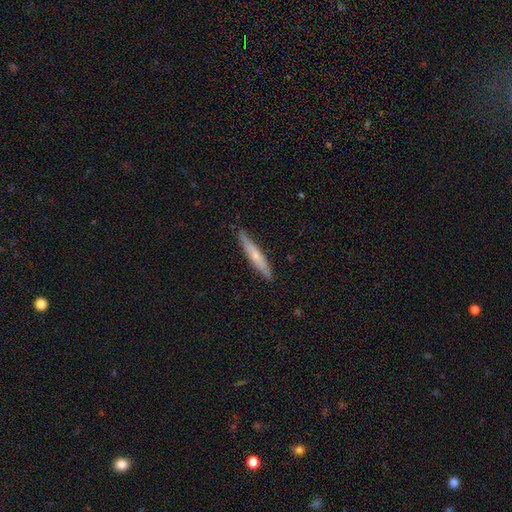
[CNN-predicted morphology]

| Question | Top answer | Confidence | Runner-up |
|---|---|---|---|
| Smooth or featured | smooth | 50% | featured or disk (45%) |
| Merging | none | 85% | minor disturbance (12%) |